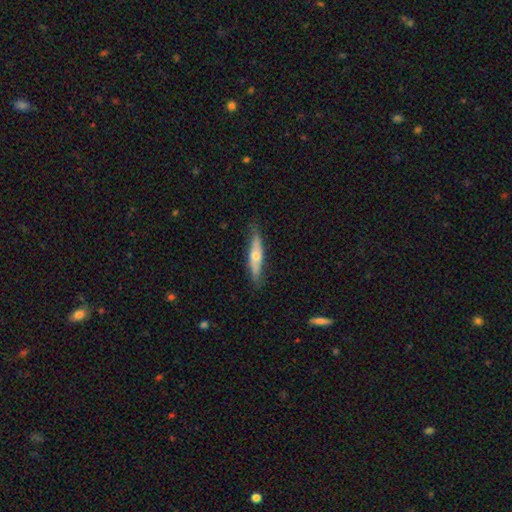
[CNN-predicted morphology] The model was most divided on "smooth or featured": smooth: 49%, featured or disk: 45%, star or artifact: 6%. More confident: merging — none (82%).